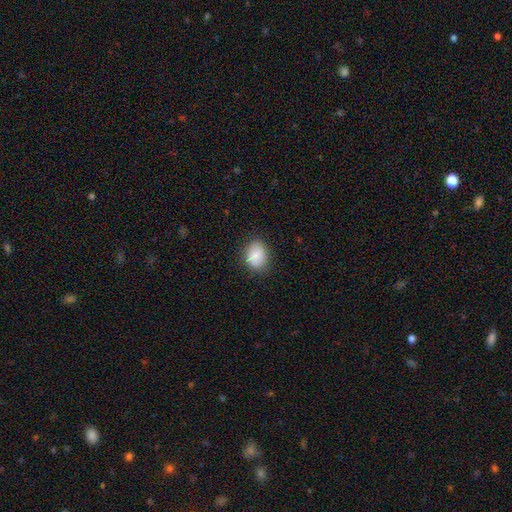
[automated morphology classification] Smooth or featured?
  - smooth: 83% *
  - featured or disk: 9%
  - star or artifact: 8%
How rounded?
  - in between: 61% *
  - round: 38%
  - cigar-shaped: 1%
Merging?
  - none: 81% *
  - minor disturbance: 15%
  - major disturbance: 3%
  - merger: 1%